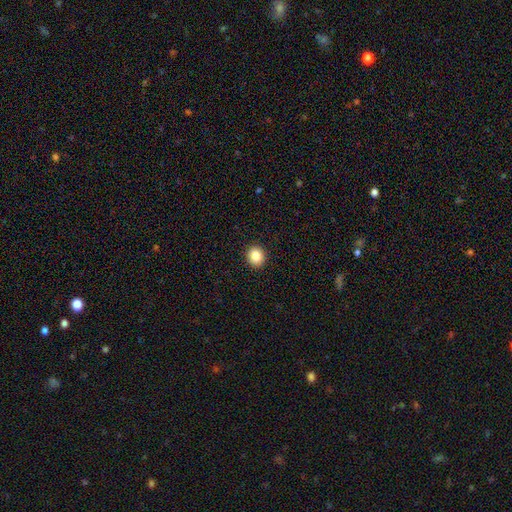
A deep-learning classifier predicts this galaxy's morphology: Smooth or featured? Predicted: smooth (p=0.85). How rounded? Predicted: round (p=0.83). Merging? Predicted: none (p=0.93).